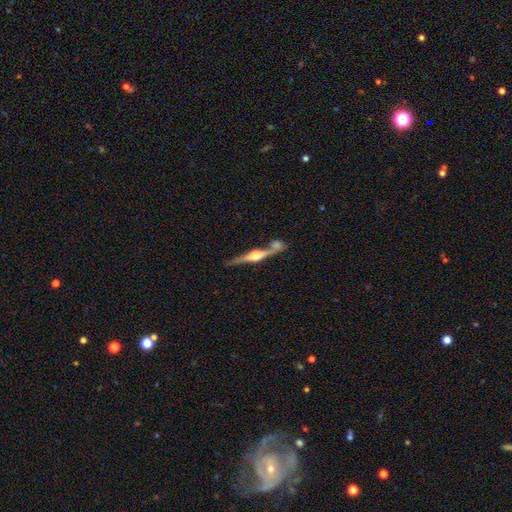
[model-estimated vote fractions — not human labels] This is clearly a featured or disk galaxy (81%). It is clearly viewed edge-on (97%). Edge-on bulge: clearly rounded (91%). Merging: likely none (62%).